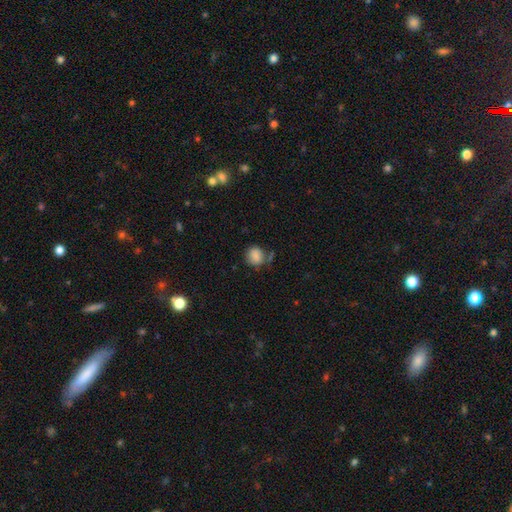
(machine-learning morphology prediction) This is clearly a smooth galaxy (85%). How rounded: likely round (79%). Merging: likely none (63%).